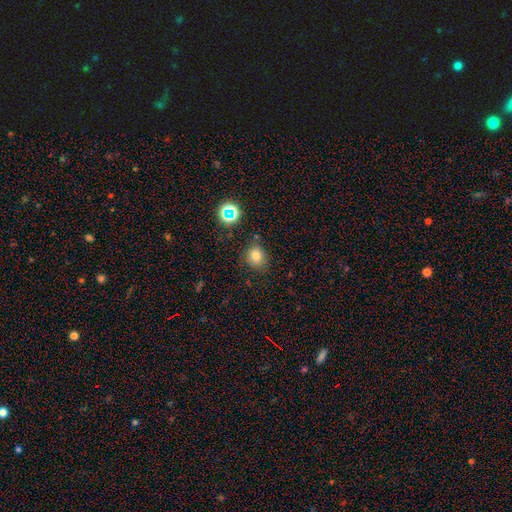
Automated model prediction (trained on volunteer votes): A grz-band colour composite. It shows a smooth galaxy with no disk features (75%) that is round (72%). Merging: none (77%).